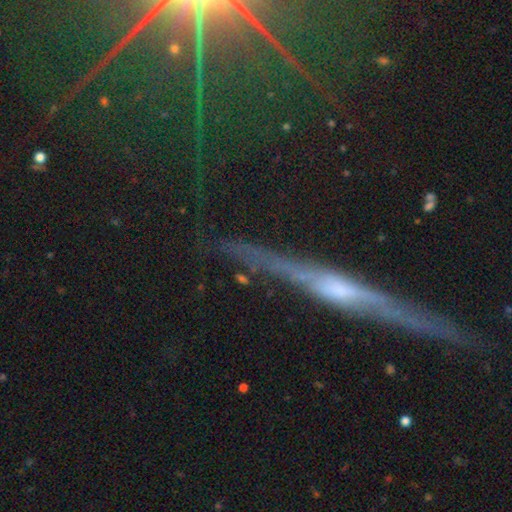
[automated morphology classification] type=featured or disk (42%); merging=none (64%).